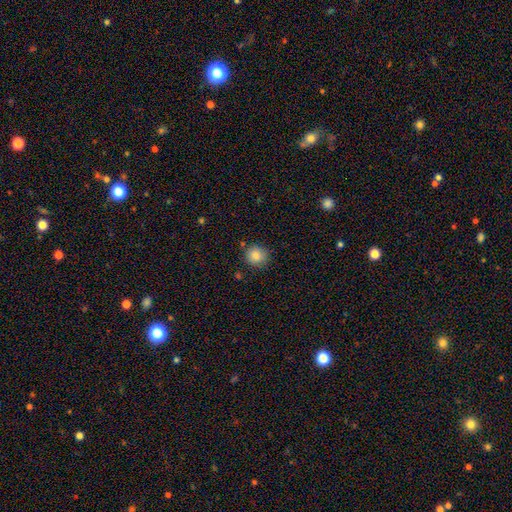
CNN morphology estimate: This is clearly a smooth galaxy (85%). How rounded: clearly round (90%). Merging: clearly none (82%).